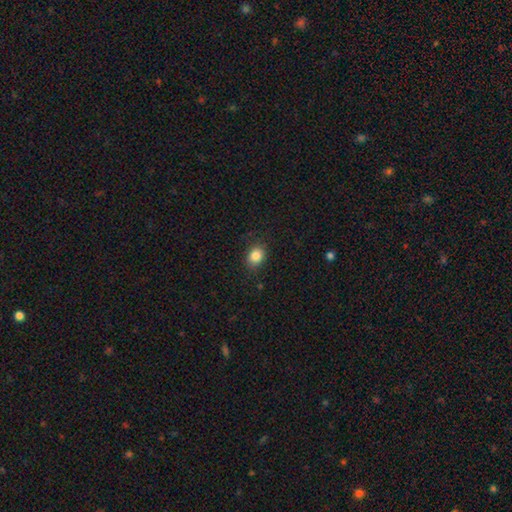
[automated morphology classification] Overall: smooth (86%). How rounded: in between (53%; round 46%). Merging: none (84%).